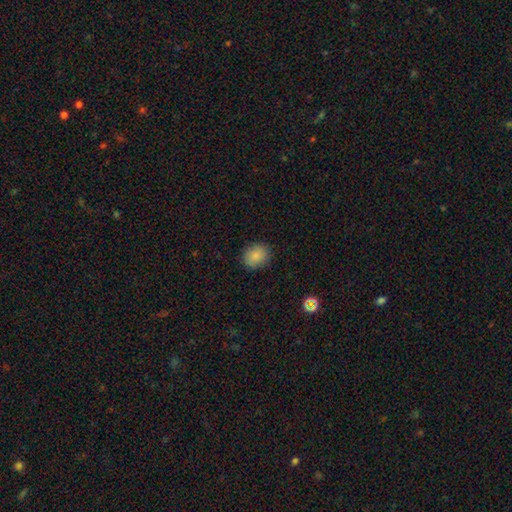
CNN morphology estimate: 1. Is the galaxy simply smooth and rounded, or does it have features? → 86% smooth, 9% star or artifact, 5% featured or disk.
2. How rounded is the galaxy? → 61% round, 38% in between, 1% cigar-shaped.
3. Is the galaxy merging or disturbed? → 87% none, 10% minor disturbance, 3% major disturbance, 1% merger.